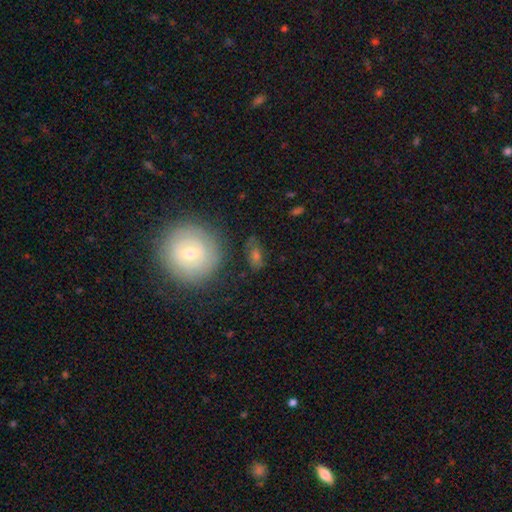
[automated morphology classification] This appears to be a smooth galaxy with no disk features (45%). Merging: none (74%).